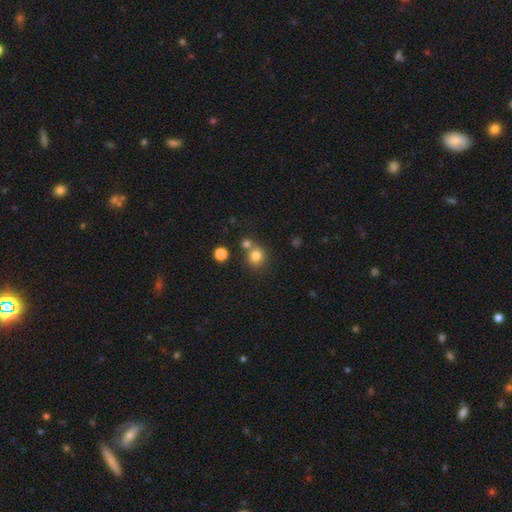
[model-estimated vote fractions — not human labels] A smooth galaxy with no disk features (80%) that is round (87%).

Vote fractions:
- Smooth or featured? smooth: 80% / star or artifact: 13% / featured or disk: 7%
- How rounded? round: 87% / in between: 12% / cigar-shaped: 1%
- Merging? none: 63% / merger: 25% / minor disturbance: 8% / major disturbance: 3%